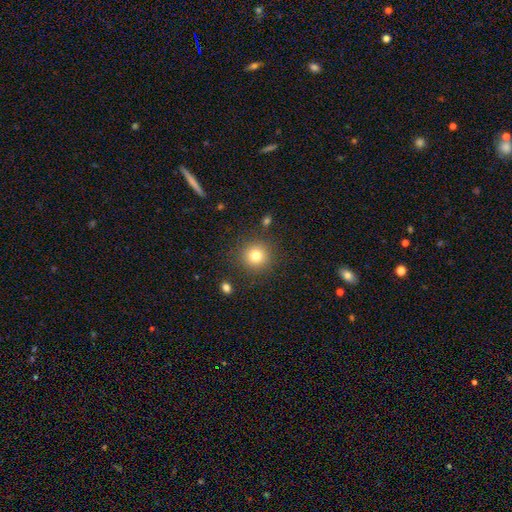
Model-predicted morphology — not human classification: This is likely a smooth galaxy (80%). How rounded: clearly round (94%). Merging: clearly none (88%).